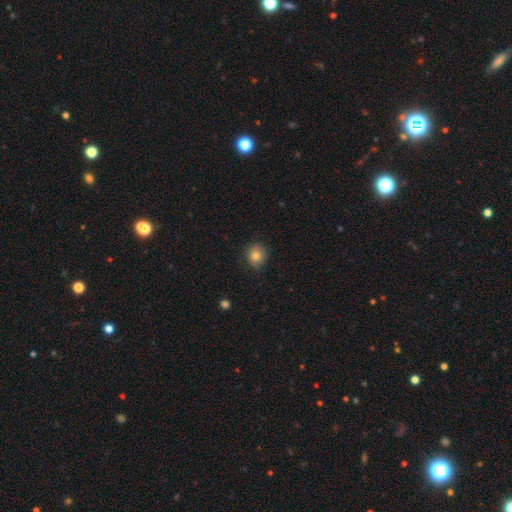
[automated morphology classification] smooth_or_featured: smooth (p=0.82) [alt: star or artifact p=0.11]
how_rounded: round (p=0.83) [alt: in between p=0.16]
merging: none (p=0.84) [alt: minor disturbance p=0.12]